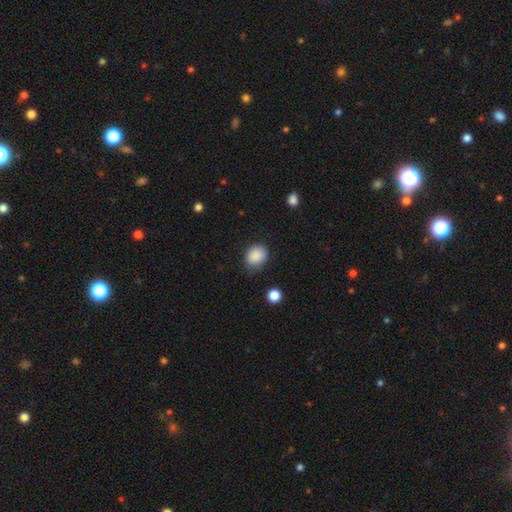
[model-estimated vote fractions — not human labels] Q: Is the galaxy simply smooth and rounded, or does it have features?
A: smooth — 88%.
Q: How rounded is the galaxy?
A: round — 57%.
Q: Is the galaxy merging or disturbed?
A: none — 77%.